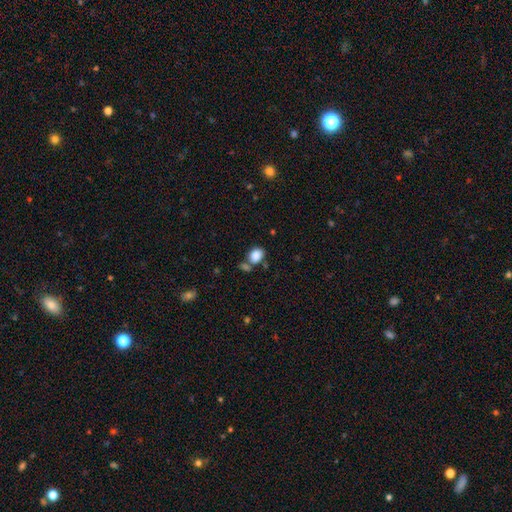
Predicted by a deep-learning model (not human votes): smooth 84%, star or artifact 9%, featured or disk 6%. Down the decision tree: how rounded — in between (57%); merging — none (59%).